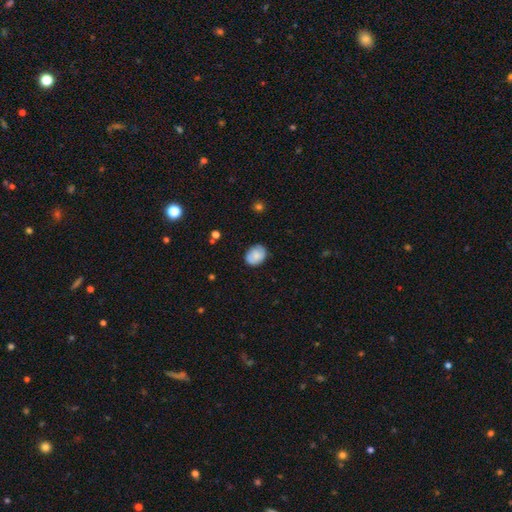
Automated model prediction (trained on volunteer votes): Smooth or featured? Predicted: smooth (p=0.64). How rounded? Predicted: in between (p=0.55). Merging? Predicted: none (p=0.77).